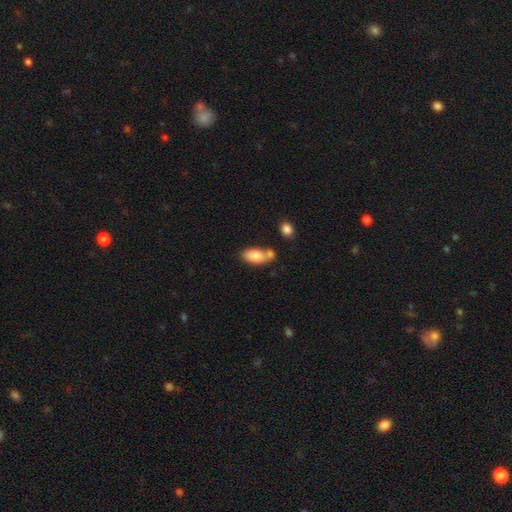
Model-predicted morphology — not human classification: The model was most divided on "merging": none: 47%, merger: 33%, minor disturbance: 16%, major disturbance: 5%. More confident: how rounded — in between (90%); smooth or featured — smooth (80%).